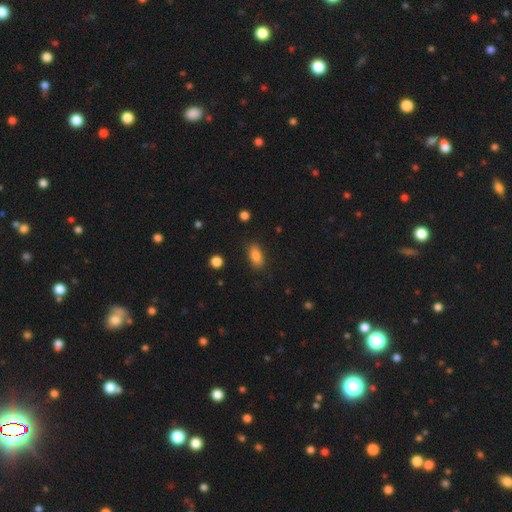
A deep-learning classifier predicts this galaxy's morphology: Smooth or featured?
  - smooth: 85% *
  - star or artifact: 9%
  - featured or disk: 6%
How rounded?
  - in between: 88% *
  - cigar-shaped: 6%
  - round: 6%
Merging?
  - none: 84% *
  - minor disturbance: 11%
  - major disturbance: 3%
  - merger: 1%